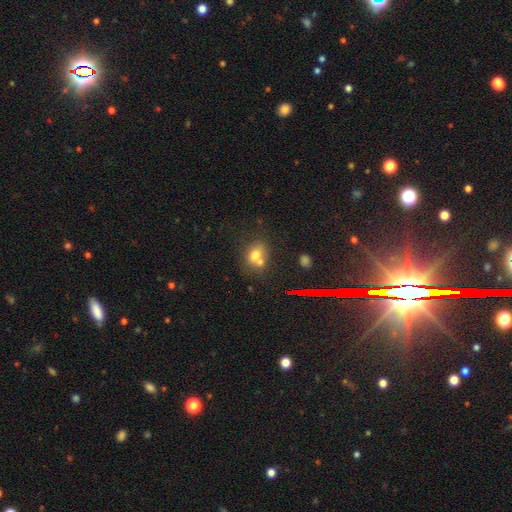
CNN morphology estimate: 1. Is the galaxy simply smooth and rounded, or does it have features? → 69% smooth, 17% featured or disk, 15% star or artifact.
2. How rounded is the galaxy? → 51% round, 48% in between, 1% cigar-shaped.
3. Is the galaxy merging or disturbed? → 43% merger, 41% none, 11% minor disturbance, 5% major disturbance.